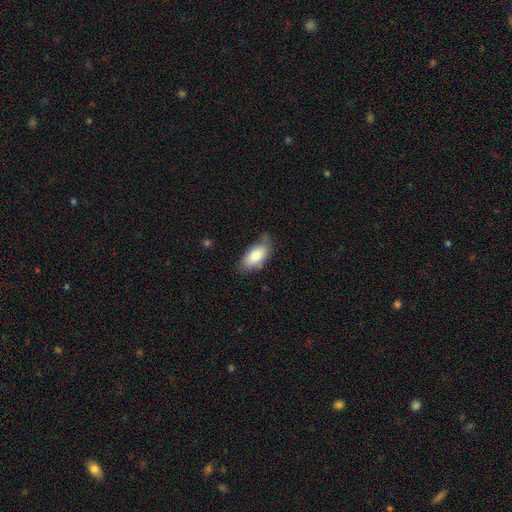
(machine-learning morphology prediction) Smooth or featured? smooth (80%)
How rounded? in between (92%)
Merging? none (57%)